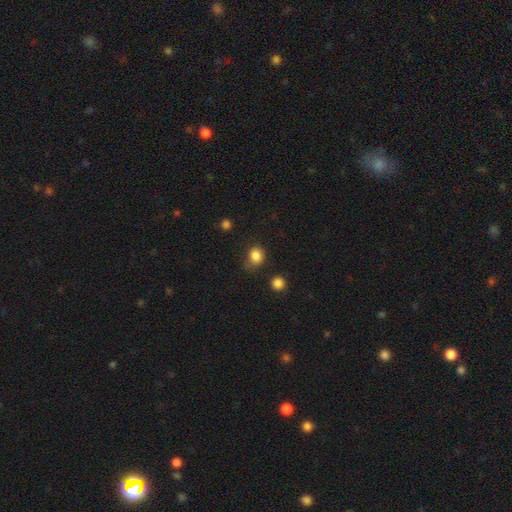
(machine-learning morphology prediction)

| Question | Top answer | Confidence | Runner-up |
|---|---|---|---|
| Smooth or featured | smooth | 84% | star or artifact (12%) |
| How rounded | round | 71% | in between (28%) |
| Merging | none | 66% | minor disturbance (24%) |